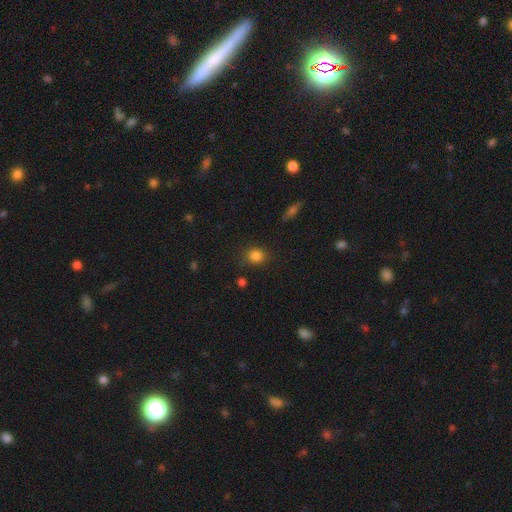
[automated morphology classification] The model was most divided on "how rounded": round: 76%, in between: 23%, cigar-shaped: 1%. More confident: smooth or featured — smooth (83%); merging — none (83%).